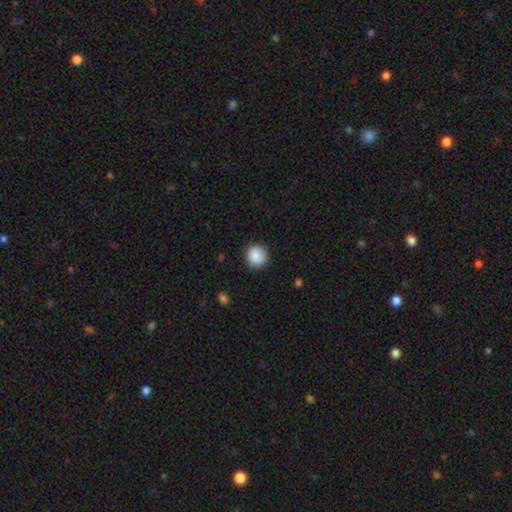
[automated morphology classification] Smooth or featured? Predicted: smooth (p=0.89). How rounded? Predicted: round (p=0.94). Merging? Predicted: none (p=0.91).